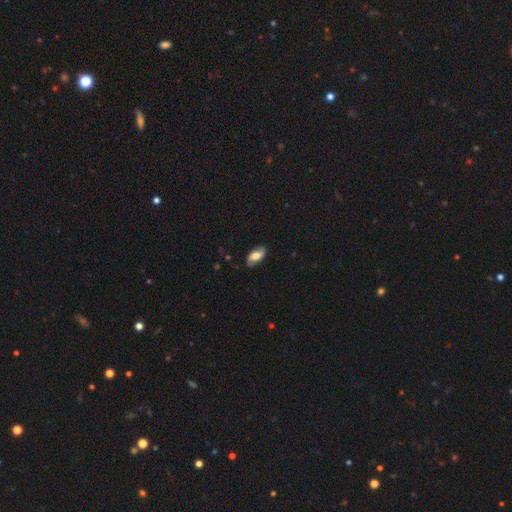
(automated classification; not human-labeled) smooth-or-featured: smooth: 48% | featured or disk: 45% | star or artifact: 7%
  merging: none: 80% | minor disturbance: 15% | major disturbance: 4% | merger: 1%